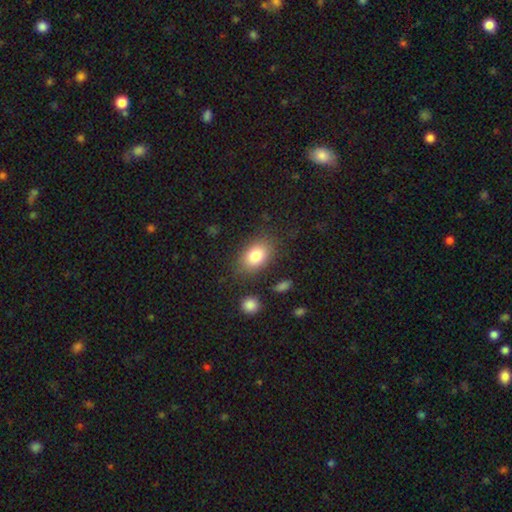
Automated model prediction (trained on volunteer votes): smooth-or-featured: smooth: 82% | featured or disk: 10% | star or artifact: 8%
  how-rounded: in between: 86% | round: 13% | cigar-shaped: 2%
  merging: none: 79% | minor disturbance: 13% | major disturbance: 5% | merger: 3%